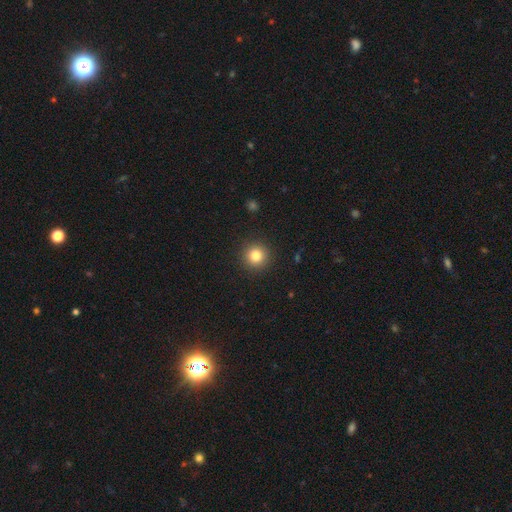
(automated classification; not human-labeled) Overall: smooth (83%). How rounded: round (95%). Merging: none (92%).